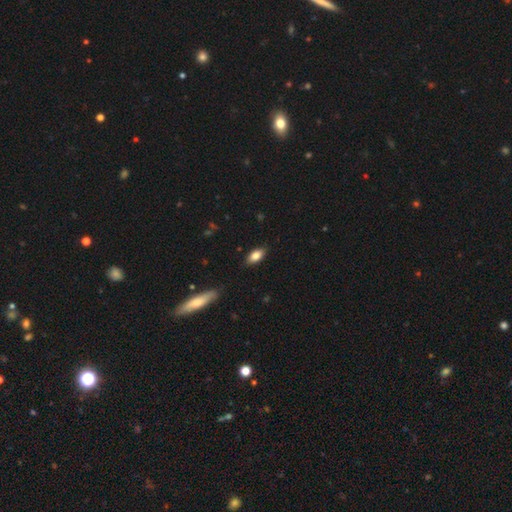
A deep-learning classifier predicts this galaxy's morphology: This is clearly a smooth galaxy (83%). How rounded: clearly in between (90%). Merging: clearly none (86%).